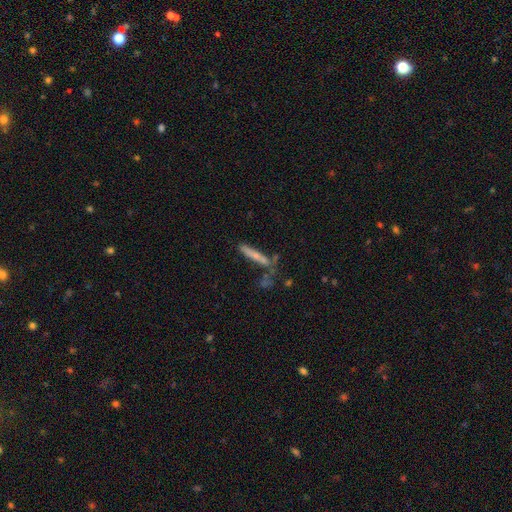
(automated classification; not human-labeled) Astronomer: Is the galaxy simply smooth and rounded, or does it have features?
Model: smooth — 54% (runner-up: featured or disk, 36%).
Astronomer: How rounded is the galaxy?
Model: cigar-shaped — 90%.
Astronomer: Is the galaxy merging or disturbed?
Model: none — 54%.